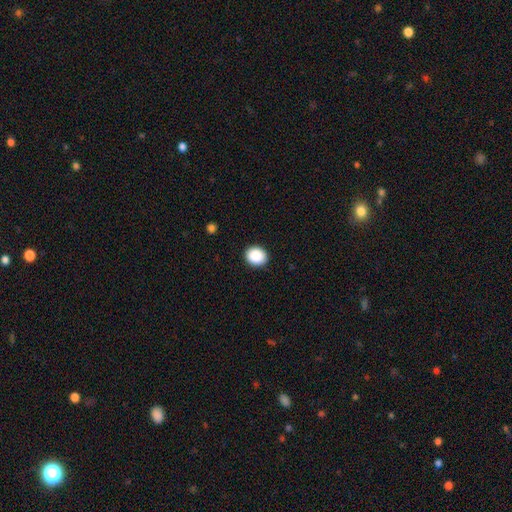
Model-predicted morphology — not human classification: This is clearly a smooth galaxy (89%). How rounded: likely round (66%). Merging: clearly none (91%).